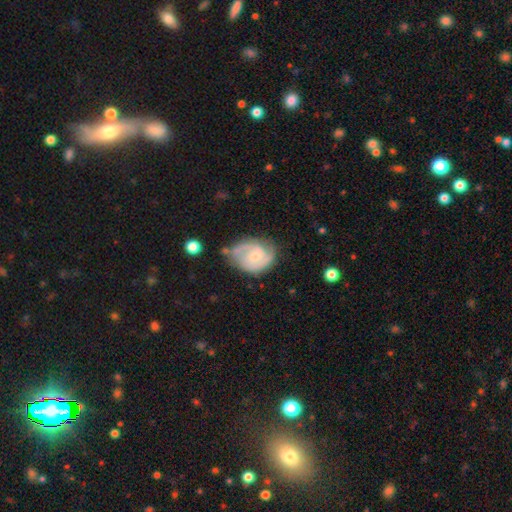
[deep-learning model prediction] Smooth or featured? featured or disk (77%)
Edge-on disk? no (98%)
Bar? no (64%)
Spiral arms? yes (93%)
Spiral winding? medium (44%)
Spiral arm count? 2 (71%)
Bulge size? small (65%)
Merging? none (59%)